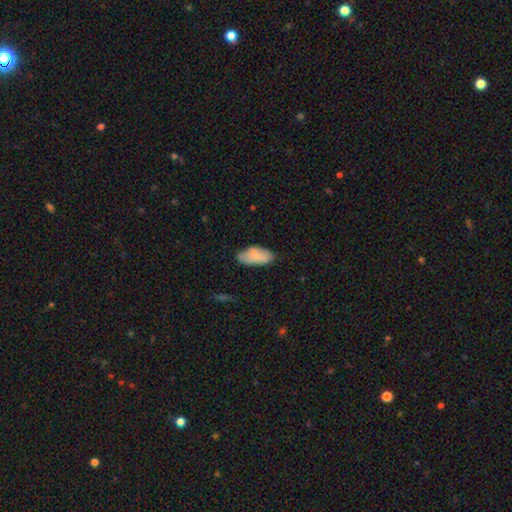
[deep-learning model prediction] Overall: smooth (81%). How rounded: in between (92%). Merging: none (64%; minor disturbance 27%).